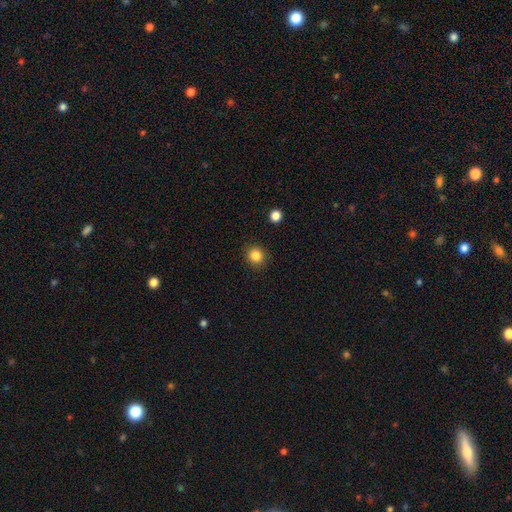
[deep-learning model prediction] Smooth or featured: smooth — 84% (star or artifact — 11%)
How rounded: round — 90% (in between — 10%)
Merging: none — 90% (minor disturbance — 7%)